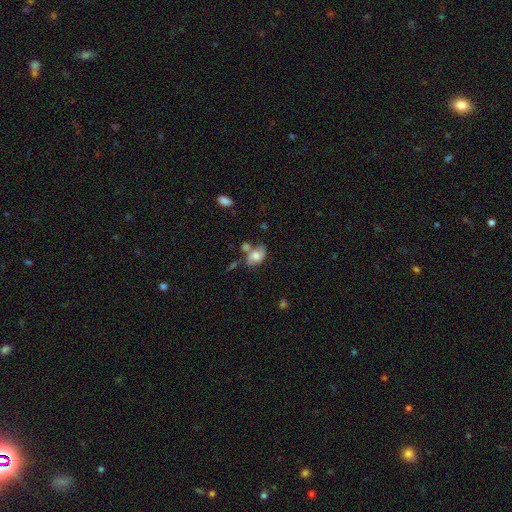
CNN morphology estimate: This is possibly a featured or disk galaxy (46%). Merging: marginally none (43%).